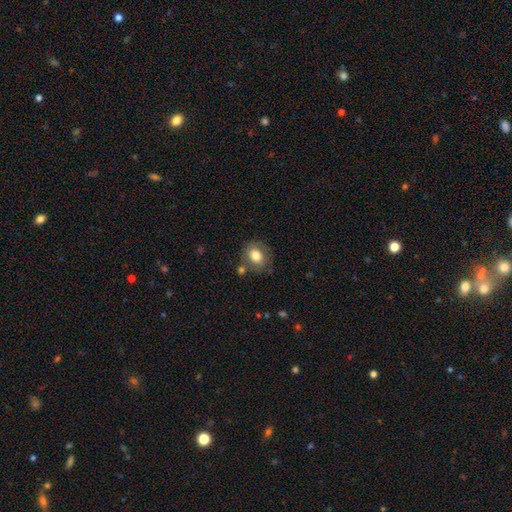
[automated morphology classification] A smooth galaxy with no disk features (79%) that is round (54%).

Vote fractions:
- Smooth or featured? smooth: 79% / featured or disk: 13% / star or artifact: 9%
- How rounded? round: 54% / in between: 45% / cigar-shaped: 1%
- Merging? none: 70% / minor disturbance: 16% / merger: 8% / major disturbance: 5%